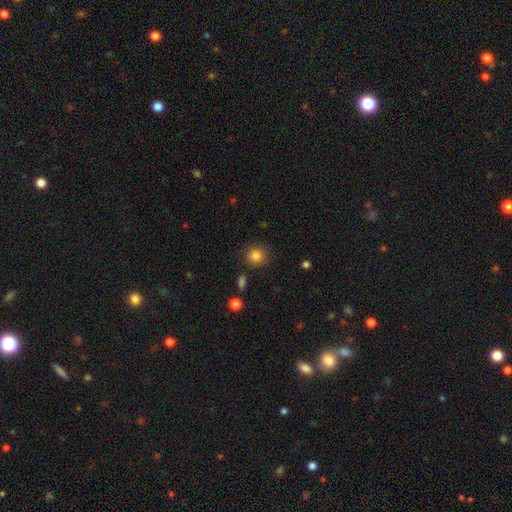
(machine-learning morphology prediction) Smooth or featured: smooth — 84% (star or artifact — 10%)
How rounded: round — 89% (in between — 10%)
Merging: none — 85% (minor disturbance — 9%)